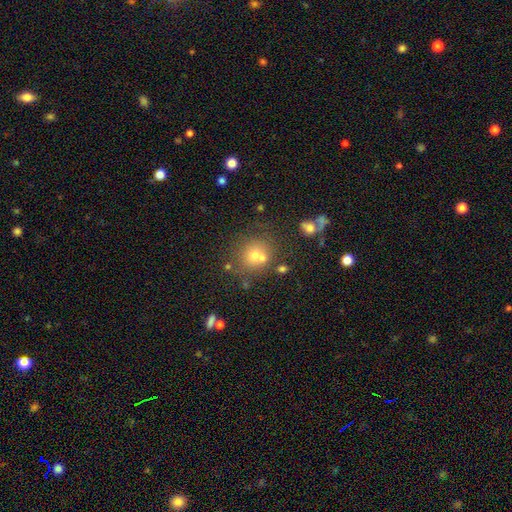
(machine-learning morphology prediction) smooth-or-featured: smooth: 64% | star or artifact: 20% | featured or disk: 15%
  how-rounded: round: 85% | in between: 14% | cigar-shaped: 1%
  merging: none: 59% | merger: 25% | minor disturbance: 11% | major disturbance: 5%